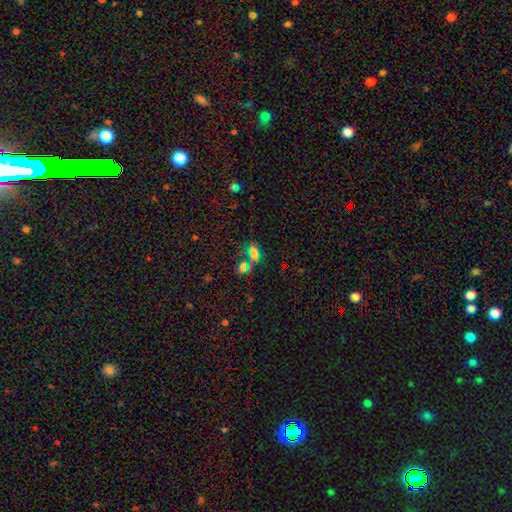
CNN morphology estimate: This appears to be a smooth galaxy with no disk features (54%) that is in between round and cigar-shaped (58%). Merging: merger (43%).